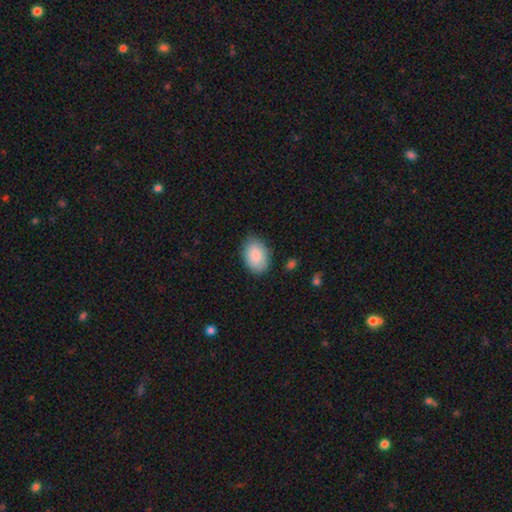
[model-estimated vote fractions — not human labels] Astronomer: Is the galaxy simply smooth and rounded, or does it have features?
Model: smooth — 88%.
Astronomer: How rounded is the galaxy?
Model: in between — 86%.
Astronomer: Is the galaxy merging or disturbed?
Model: none — 81%.